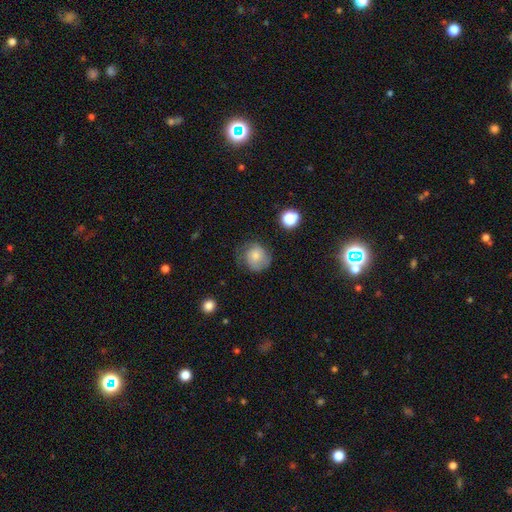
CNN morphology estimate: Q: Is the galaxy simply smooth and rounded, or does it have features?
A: smooth — 72%.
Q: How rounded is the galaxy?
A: round — 78%.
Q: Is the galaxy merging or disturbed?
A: none — 53%.